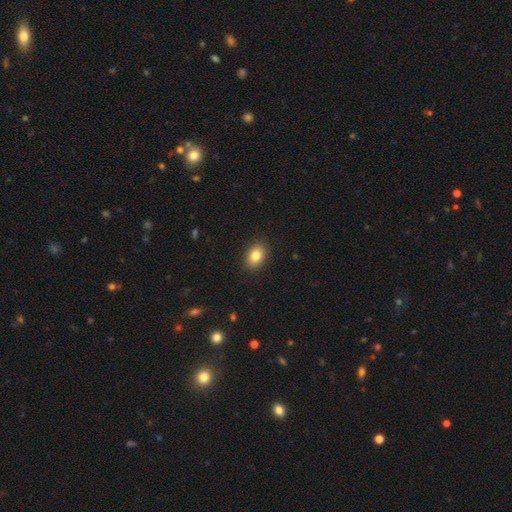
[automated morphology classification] This appears to be a smooth galaxy with no disk features (83%) that is in between round and cigar-shaped (81%). Merging: none (89%).